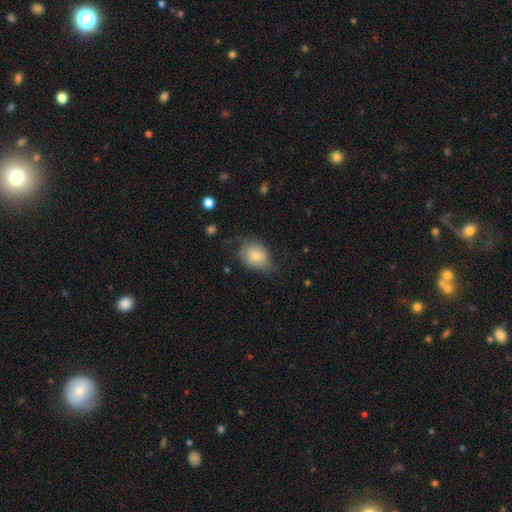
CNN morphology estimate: Smooth or featured: smooth — 63% (featured or disk — 29%)
How rounded: in between — 57% (round — 42%)
Merging: none — 48% (minor disturbance — 32%)